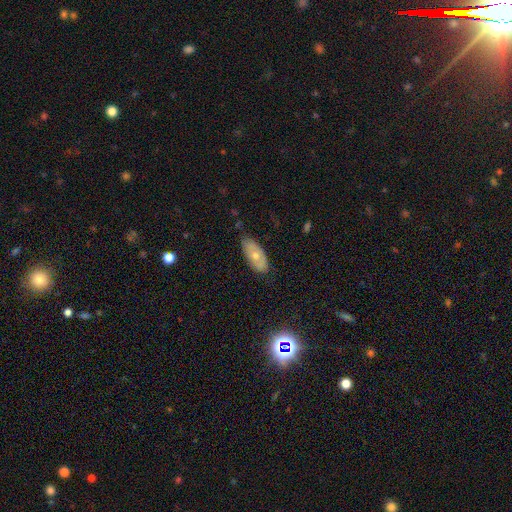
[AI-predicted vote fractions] smooth-or-featured: smooth: 57% | featured or disk: 36% | star or artifact: 7%
  how-rounded: in between: 87% | cigar-shaped: 9% | round: 3%
  merging: none: 75% | minor disturbance: 20% | major disturbance: 3% | merger: 2%